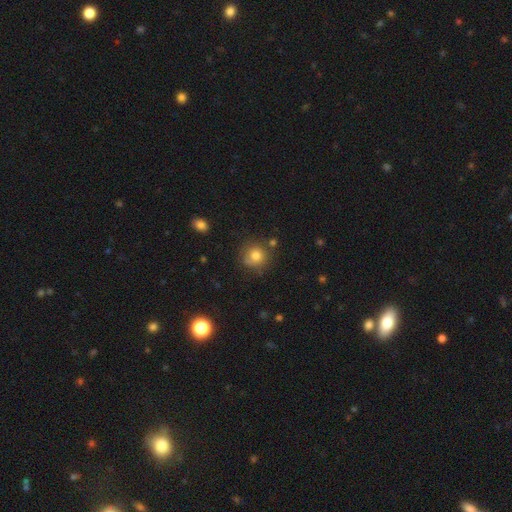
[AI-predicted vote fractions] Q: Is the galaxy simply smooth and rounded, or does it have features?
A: smooth — 78%.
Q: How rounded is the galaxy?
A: round — 89%.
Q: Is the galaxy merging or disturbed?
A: none — 73%.